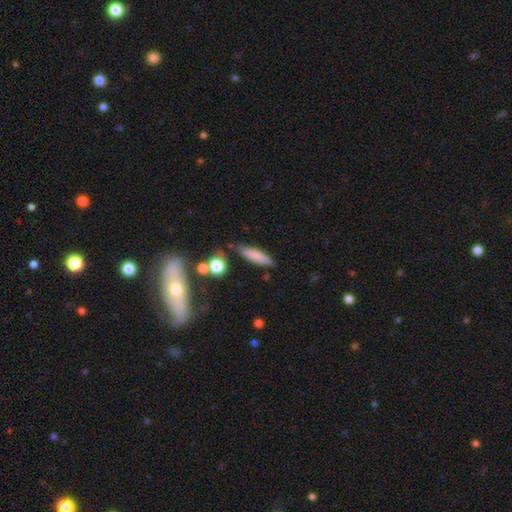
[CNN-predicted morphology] Smooth or featured: smooth — 80% (featured or disk — 12%)
How rounded: cigar-shaped — 68% (in between — 30%)
Merging: none — 78% (minor disturbance — 13%)